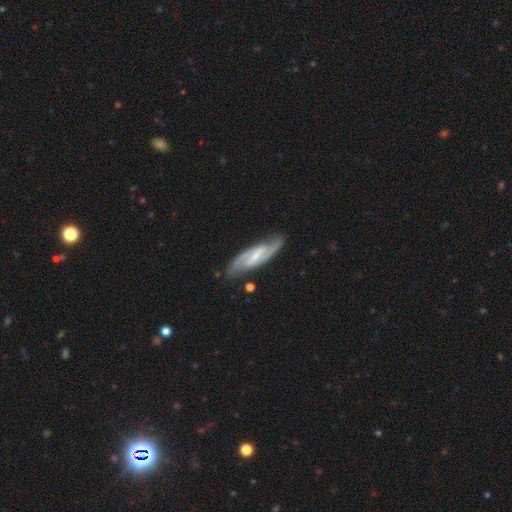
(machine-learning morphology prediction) Smooth or featured?
  - featured or disk: 89% *
  - smooth: 7%
  - star or artifact: 4%
Edge-on disk?
  - no: 91% *
  - yes: 9%
Bar?
  - strong: 54% *
  - weak: 35%
  - no: 11%
Spiral arms?
  - yes: 97% *
  - no: 3%
Spiral winding?
  - medium: 54% *
  - tight: 26%
  - loose: 20%
Spiral arm count?
  - 2: 93% *
  - can't tell: 3%
  - 3: 1%
  - 1: 1%
  - 4: 1%
  - more than 4: 1%
Bulge size?
  - small: 64% *
  - moderate: 26%
  - none: 8%
  - large: 2%
  - dominant: 1%
Merging?
  - none: 83% *
  - minor disturbance: 12%
  - major disturbance: 3%
  - merger: 2%